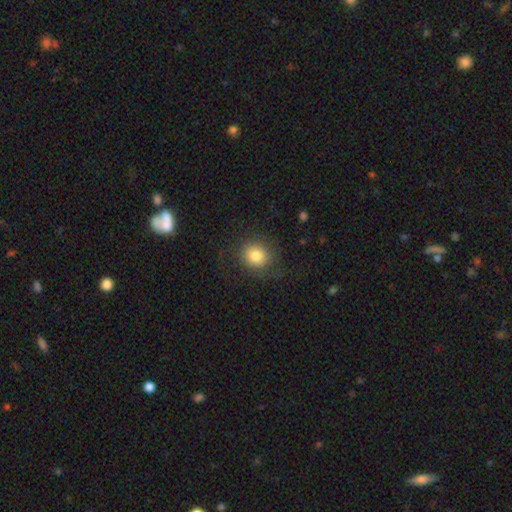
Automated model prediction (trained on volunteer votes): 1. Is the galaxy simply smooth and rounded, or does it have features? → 78% smooth, 13% featured or disk, 9% star or artifact.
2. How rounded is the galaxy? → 80% round, 19% in between, 1% cigar-shaped.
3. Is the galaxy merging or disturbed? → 76% none, 13% minor disturbance, 10% major disturbance, 1% merger.